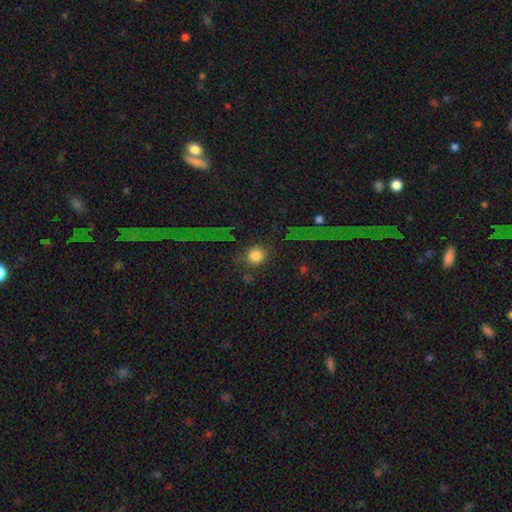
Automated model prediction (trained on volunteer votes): This appears to be a smooth galaxy with no disk features (79%) that is round (89%). Merging: none (73%).